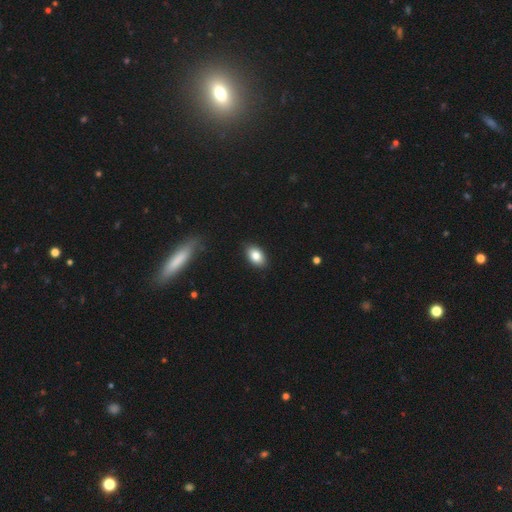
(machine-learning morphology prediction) Smooth or featured? Predicted: smooth (p=0.83). How rounded? Predicted: in between (p=0.89). Merging? Predicted: none (p=0.88).